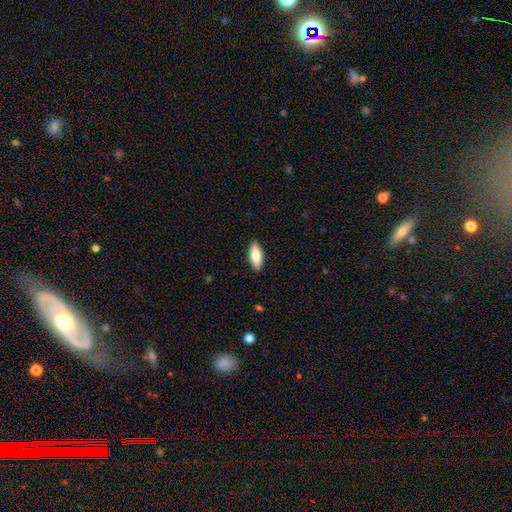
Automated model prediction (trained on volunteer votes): Morphology: type=smooth (75%); roundness=in between (71%); merging=none (89%).